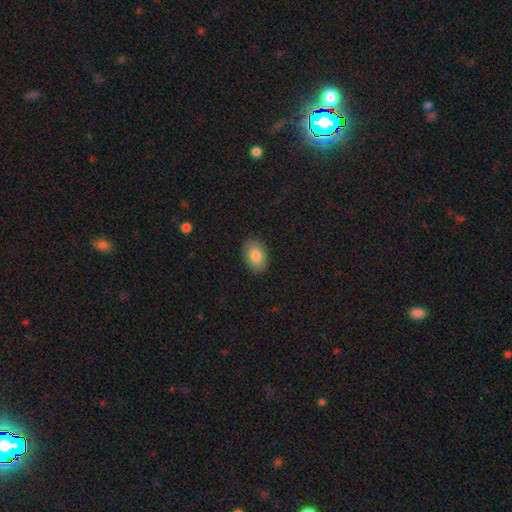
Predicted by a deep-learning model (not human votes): smooth 84%, featured or disk 9%, star or artifact 7%. Down the decision tree: how rounded — in between (85%); merging — none (88%).